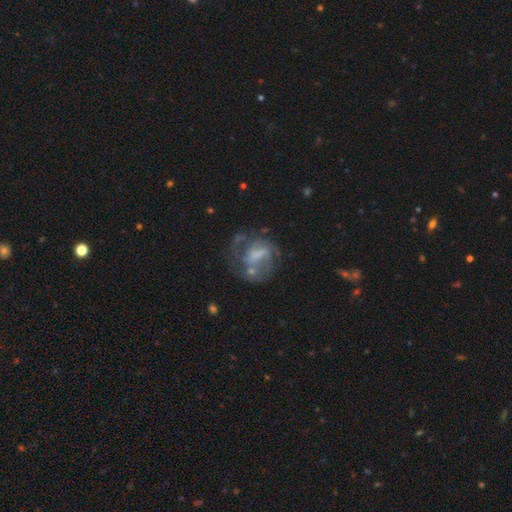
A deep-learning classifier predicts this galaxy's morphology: A featured or disk galaxy (69%) with a weak bar (45%), spiral arms (71%) and no central bulge (33%).

Vote fractions:
- Smooth or featured? featured or disk: 69% / smooth: 21% / star or artifact: 10%
- Edge-on disk? no: 97% / yes: 3%
- Bar? weak: 45% / no: 34% / strong: 20%
- Spiral arms? yes: 71% / no: 29%
- Bulge size? none: 33% / moderate: 29% / small: 27% / large: 9% / dominant: 2%
- Merging? none: 47% / major disturbance: 25% / minor disturbance: 20% / merger: 8%